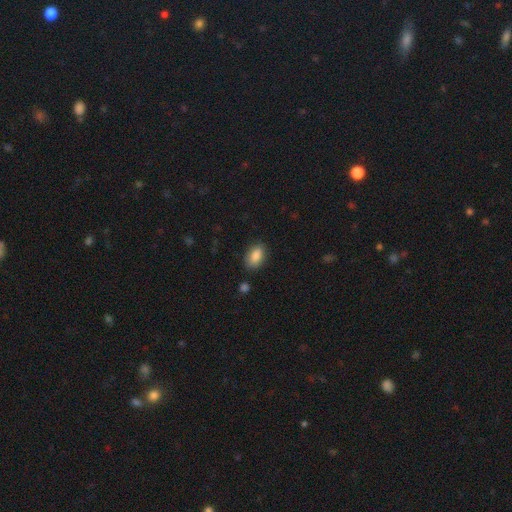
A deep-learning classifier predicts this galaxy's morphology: A smooth galaxy with no disk features (87%) that is in between round and cigar-shaped (91%).

Vote fractions:
- Smooth or featured? smooth: 87% / star or artifact: 7% / featured or disk: 5%
- How rounded? in between: 91% / round: 7% / cigar-shaped: 2%
- Merging? none: 84% / minor disturbance: 11% / major disturbance: 3% / merger: 2%